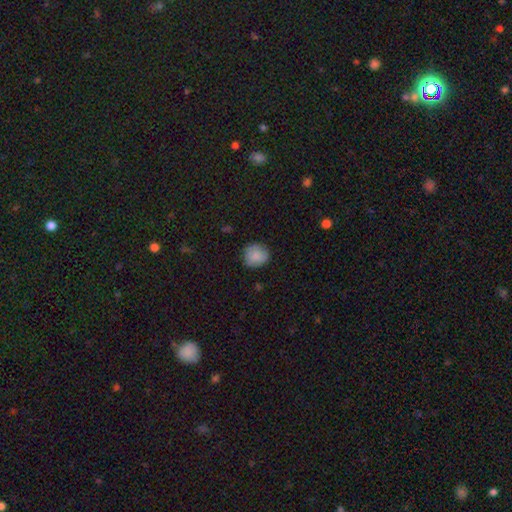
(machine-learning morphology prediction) This is clearly a smooth galaxy (85%). How rounded: clearly round (85%). Merging: clearly none (82%).